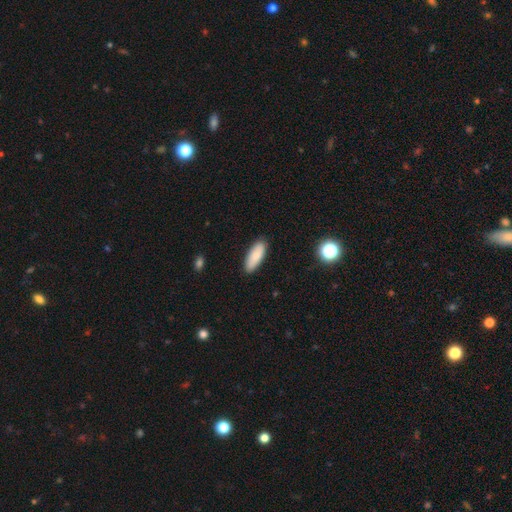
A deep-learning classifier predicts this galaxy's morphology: A smooth galaxy with no disk features (85%) that is in between round and cigar-shaped (70%). Merging: none (88%).